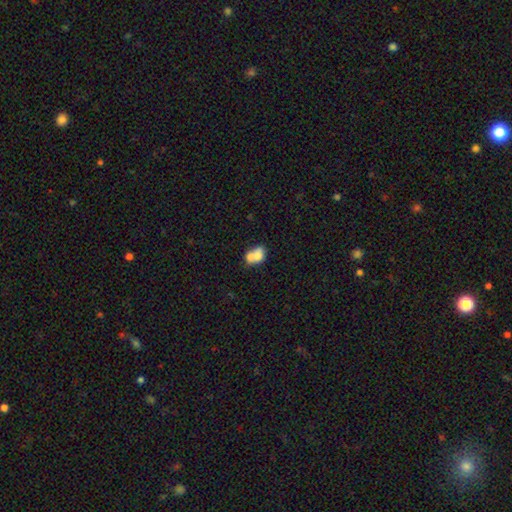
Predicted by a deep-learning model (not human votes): This appears to be a smooth galaxy with no disk features (68%) that is in between round and cigar-shaped (72%). Merging: merger (62%).